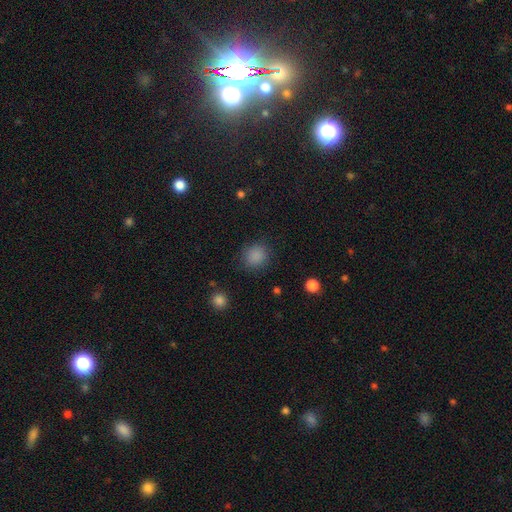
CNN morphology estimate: smooth_or_featured: smooth (p=0.86) [alt: star or artifact p=0.10]
how_rounded: round (p=0.86) [alt: in between p=0.13]
merging: none (p=0.86) [alt: minor disturbance p=0.09]